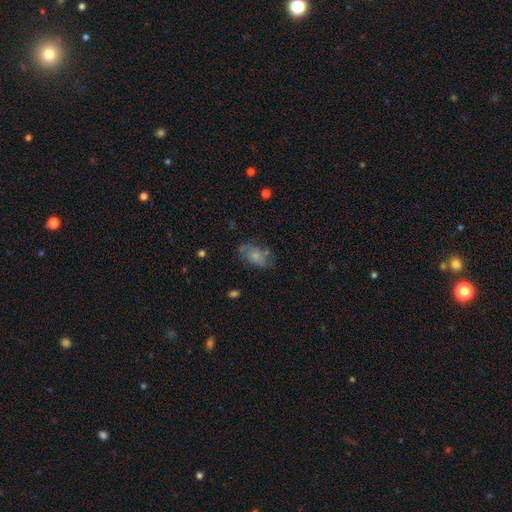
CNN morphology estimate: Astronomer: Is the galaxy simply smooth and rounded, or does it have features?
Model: smooth — 66%.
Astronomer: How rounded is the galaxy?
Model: in between — 89%.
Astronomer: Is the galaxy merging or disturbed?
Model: none — 60%.